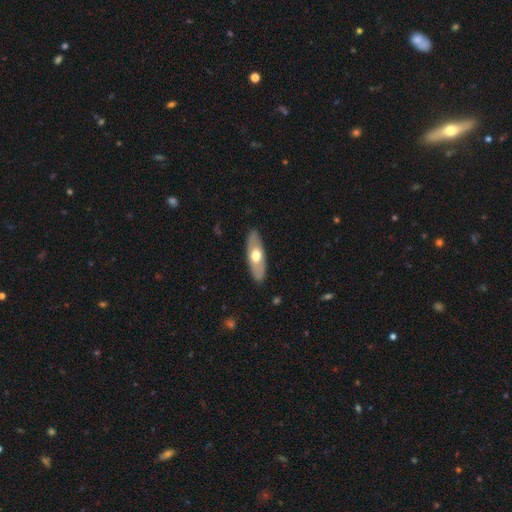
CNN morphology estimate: Smooth or featured?
  - smooth: 52% *
  - featured or disk: 43%
  - star or artifact: 5%
How rounded?
  - in between: 66% *
  - cigar-shaped: 31%
  - round: 3%
Merging?
  - none: 88% *
  - minor disturbance: 9%
  - major disturbance: 2%
  - merger: 1%